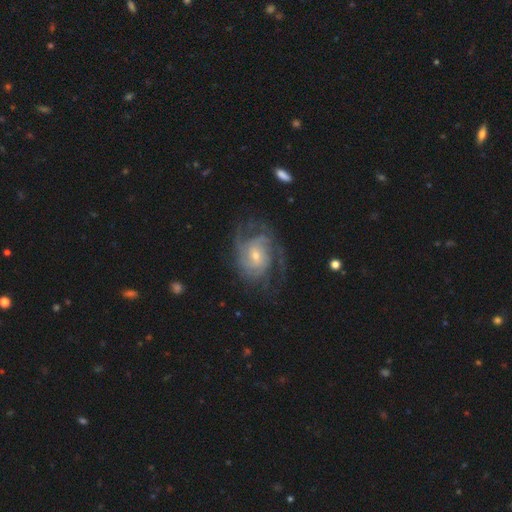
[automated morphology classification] This appears to be a featured or disk galaxy (87%) with no bar (54%), 2 (30%) tight (48%) spiral arms (95%) and a small central bulge (57%). Merging: none (66%).